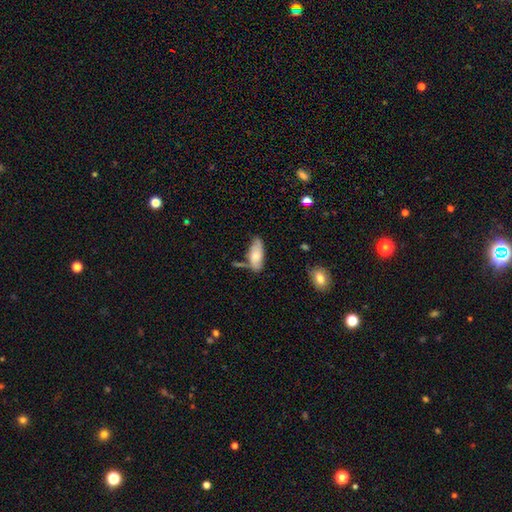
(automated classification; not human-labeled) Morphology: type=smooth (66%); roundness=in between (85%); merging=none (52%).